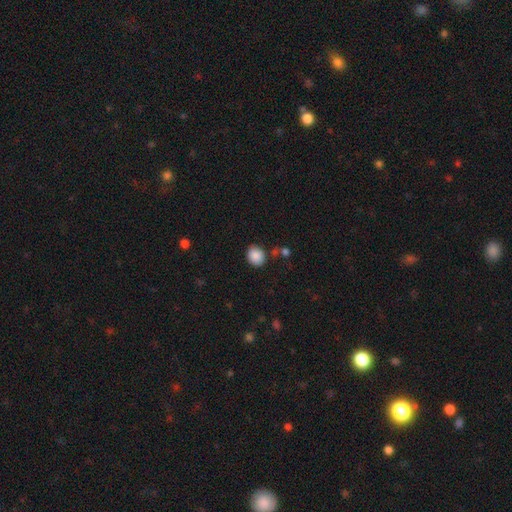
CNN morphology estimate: The model was most divided on "how rounded": round: 68%, in between: 31%, cigar-shaped: 1%. More confident: smooth or featured — smooth (88%); merging — none (80%).